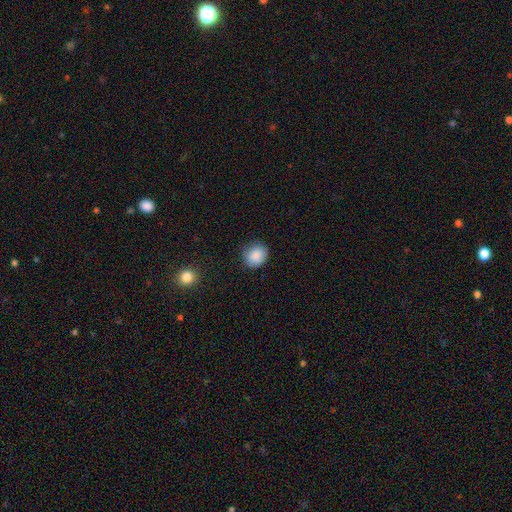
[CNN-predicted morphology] This appears to be a smooth galaxy with no disk features (88%) that is round (69%). Merging: none (79%).